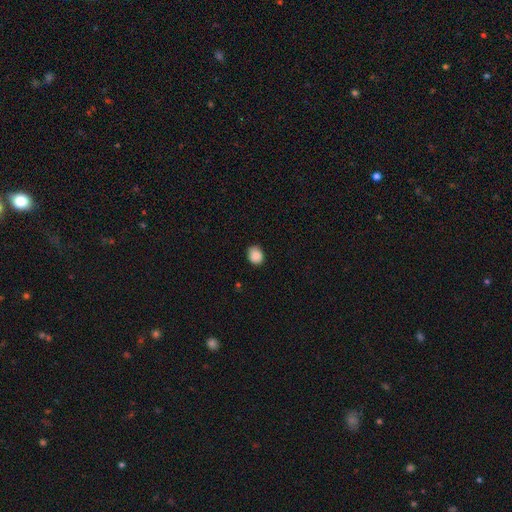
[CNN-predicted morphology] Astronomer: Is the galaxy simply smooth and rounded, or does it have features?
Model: smooth — 88%.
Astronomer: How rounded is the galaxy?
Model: round — 51% (runner-up: in between, 48%).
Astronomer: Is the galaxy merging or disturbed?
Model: none — 82%.